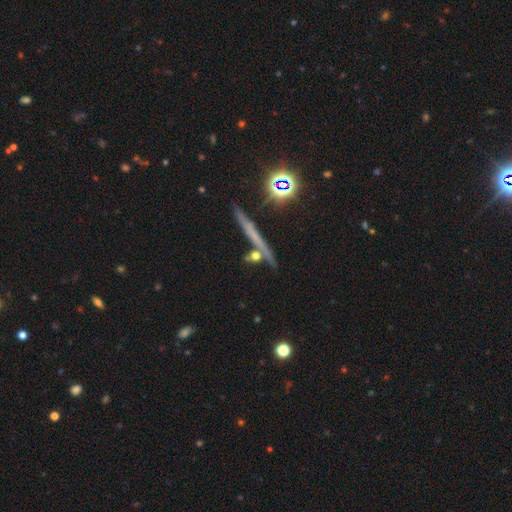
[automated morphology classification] This appears to be a smooth galaxy with no disk features (54%) that is cigar-shaped (43%). Merging: none (65%).